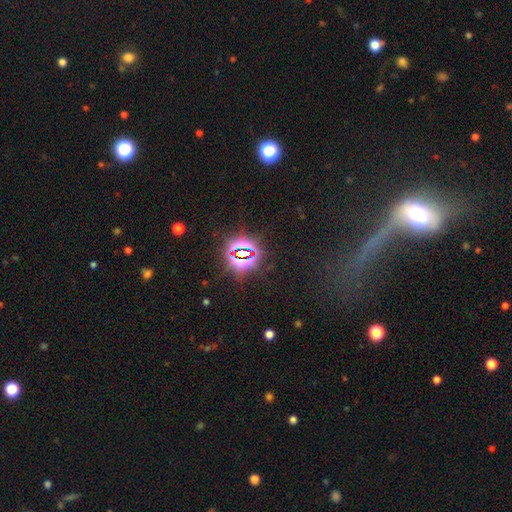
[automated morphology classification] star or artifact 51%, smooth 25%, featured or disk 24%.